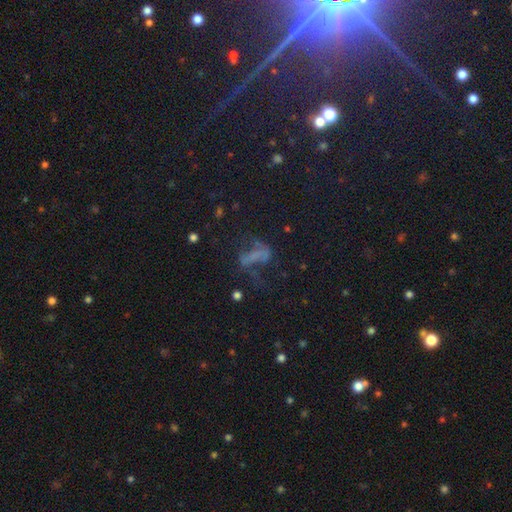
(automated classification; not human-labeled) The model was most divided on "smooth or featured": featured or disk: 36%, star or artifact: 32%, smooth: 32%. Remaining: merging — major disturbance (42%).